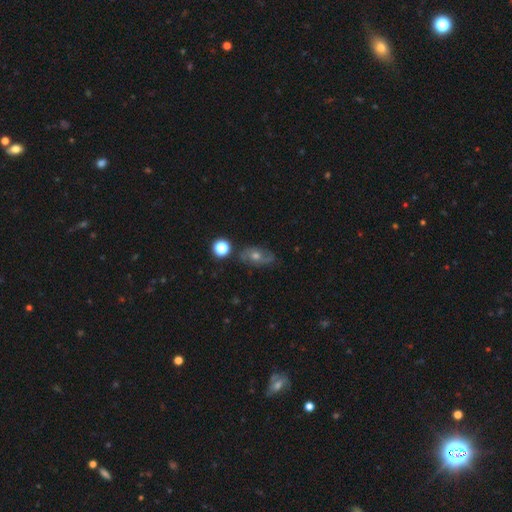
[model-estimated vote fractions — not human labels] The model was most divided on "smooth or featured": featured or disk: 54%, smooth: 27%, star or artifact: 19%. More confident: edge-on disk — no (92%); merging — none (76%).